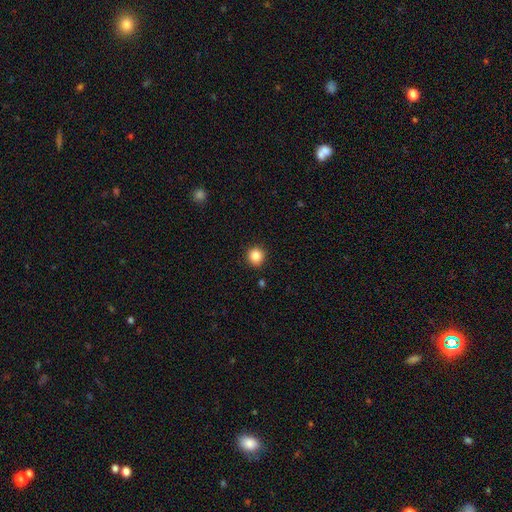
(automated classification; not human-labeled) Q: Smooth or featured?
A: smooth (86%); runner-up: star or artifact (10%)
Q: How rounded?
A: round (93%); runner-up: in between (6%)
Q: Merging?
A: none (91%); runner-up: minor disturbance (6%)